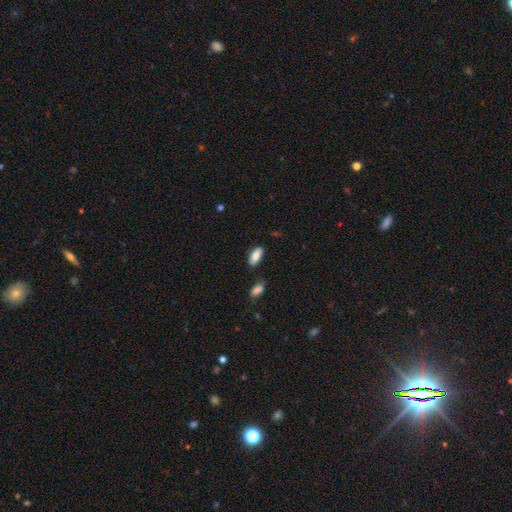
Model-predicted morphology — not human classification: A smooth galaxy with no disk features (85%) that is in between round and cigar-shaped (85%).

Vote fractions:
- Smooth or featured? smooth: 85% / featured or disk: 8% / star or artifact: 7%
- How rounded? in between: 85% / cigar-shaped: 13% / round: 2%
- Merging? none: 79% / minor disturbance: 14% / merger: 4% / major disturbance: 3%